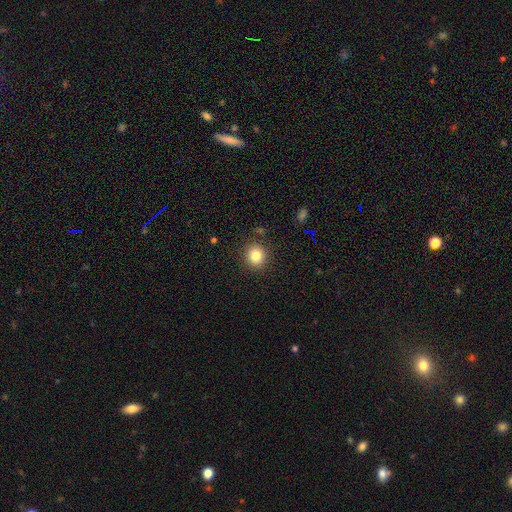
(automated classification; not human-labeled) Smooth or featured? smooth (82%)
How rounded? round (87%)
Merging? none (88%)